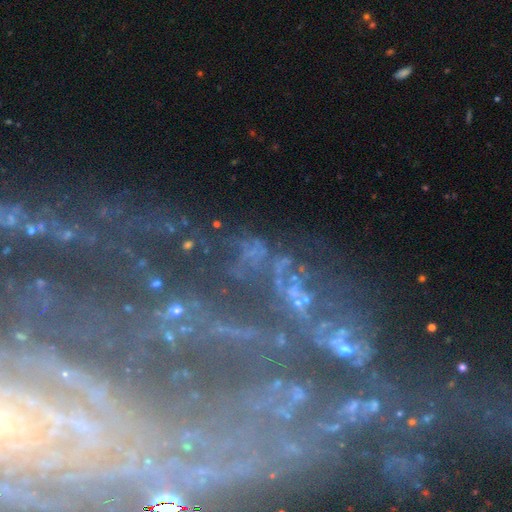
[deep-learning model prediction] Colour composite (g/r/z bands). It shows a star or artifact, not a galaxy (46%).